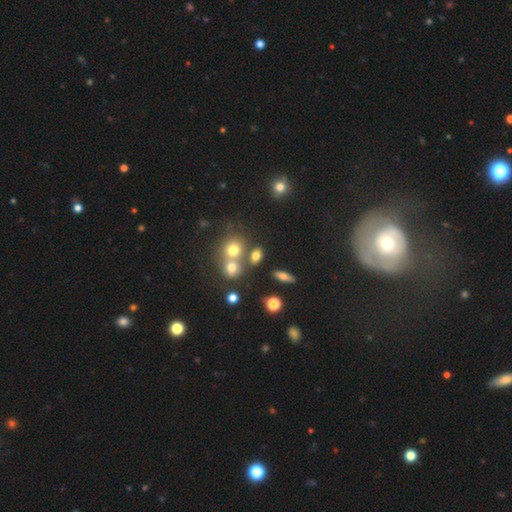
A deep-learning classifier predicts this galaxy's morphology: Overall: smooth (68%). How rounded: in between (53%; round 43%). Merging: none (57%; merger 27%).